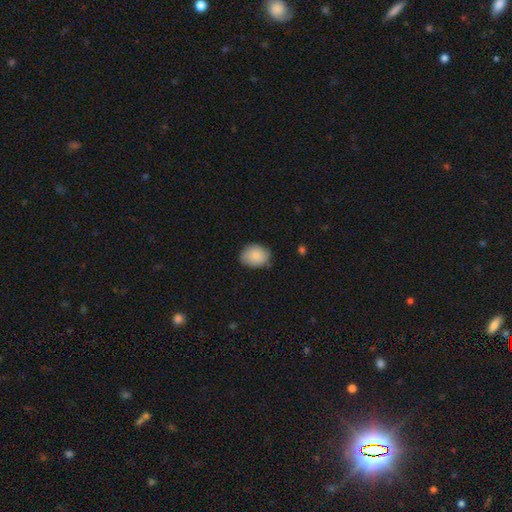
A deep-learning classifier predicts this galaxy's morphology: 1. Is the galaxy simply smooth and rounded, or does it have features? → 86% smooth, 8% featured or disk, 7% star or artifact.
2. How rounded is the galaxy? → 60% in between, 39% round, 1% cigar-shaped.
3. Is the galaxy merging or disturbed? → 74% none, 21% minor disturbance, 3% major disturbance, 1% merger.